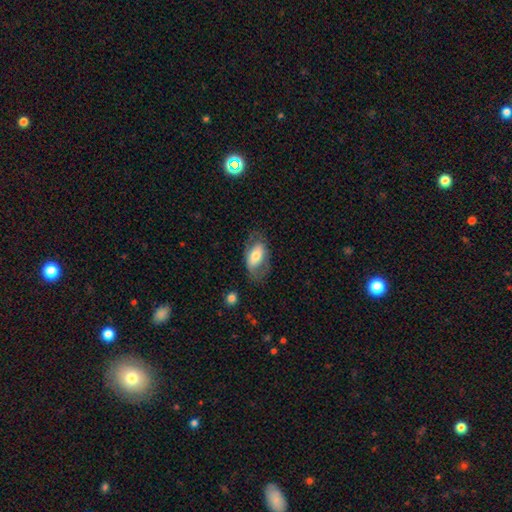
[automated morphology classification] Smooth or featured? smooth (55%)
How rounded? in between (91%)
Merging? none (63%)